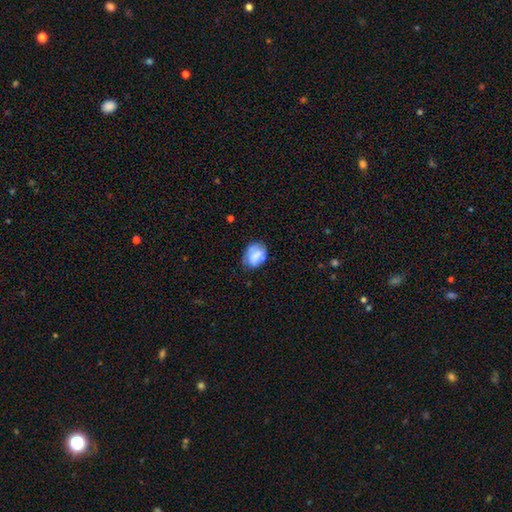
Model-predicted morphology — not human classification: The model was most divided on "how rounded": in between: 59%, round: 39%, cigar-shaped: 1%. More confident: smooth or featured — smooth (63%); merging — none (54%).